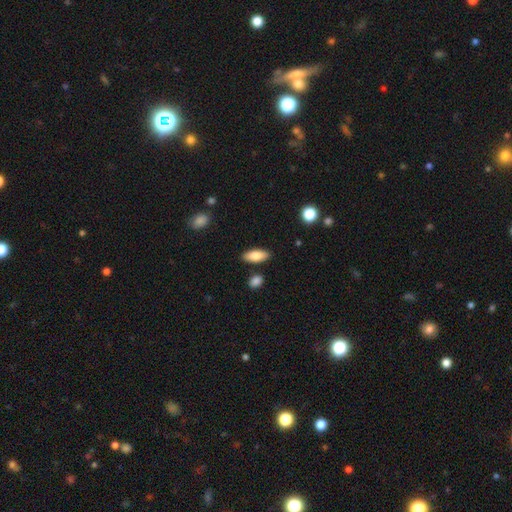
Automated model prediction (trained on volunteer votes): A smooth galaxy with no disk features (82%) that is in between round and cigar-shaped (79%). Merging: none (86%).